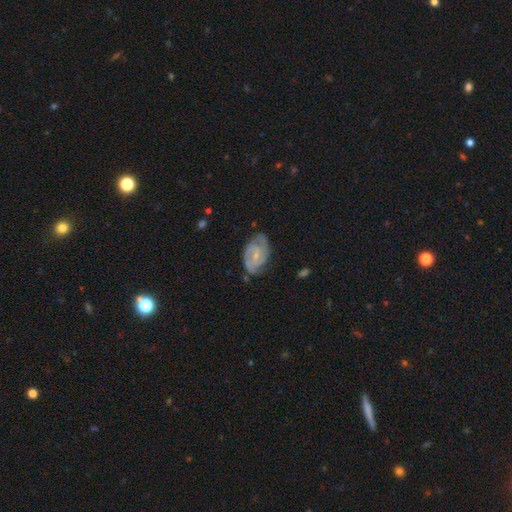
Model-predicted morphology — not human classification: Smooth or featured? featured or disk (82%)
Edge-on disk? no (97%)
Bar? no (51%)
Spiral arms? yes (95%)
Spiral winding? tight (52%)
Spiral arm count? 2 (70%)
Bulge size? small (64%)
Merging? none (66%)